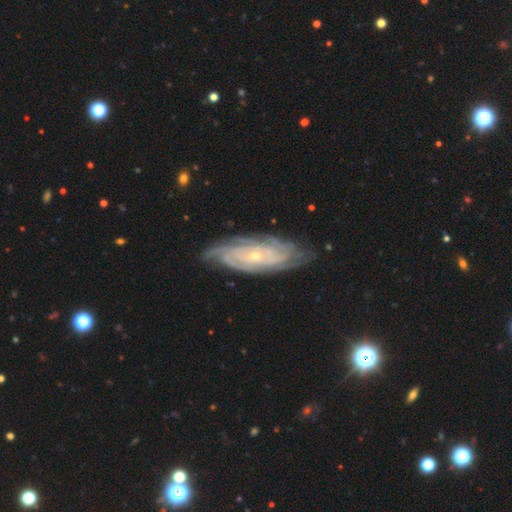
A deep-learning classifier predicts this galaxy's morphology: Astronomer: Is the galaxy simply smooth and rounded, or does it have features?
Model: featured or disk — 88%.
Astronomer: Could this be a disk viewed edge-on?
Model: no — 91%.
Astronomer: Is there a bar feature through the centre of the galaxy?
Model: no — 70%.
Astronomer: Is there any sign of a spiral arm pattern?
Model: yes — 97%.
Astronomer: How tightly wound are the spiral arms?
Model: tight — 78%.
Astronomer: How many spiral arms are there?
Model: can't tell — 28% (runner-up: 4, 25%).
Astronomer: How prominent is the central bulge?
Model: small — 73%.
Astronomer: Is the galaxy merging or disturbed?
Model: none — 78%.